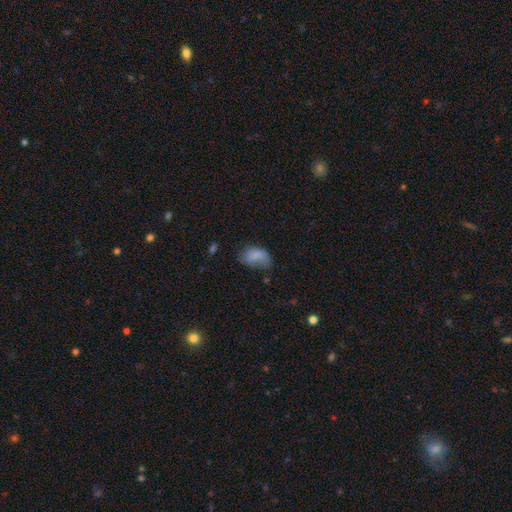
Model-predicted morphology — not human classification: Smooth or featured? Predicted: smooth (p=0.76). How rounded? Predicted: in between (p=0.90). Merging? Predicted: none (p=0.35).